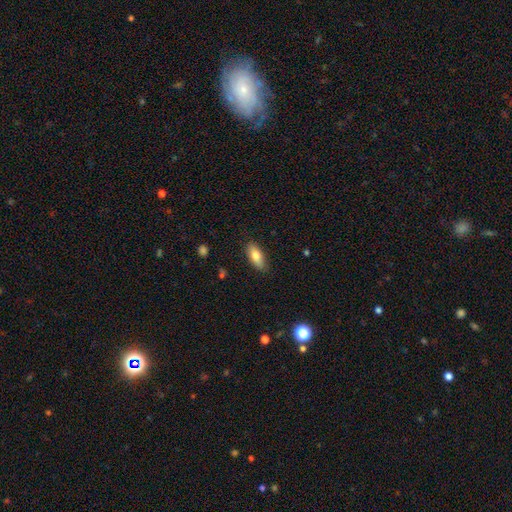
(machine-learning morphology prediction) Smooth or featured? smooth (79%)
How rounded? in between (79%)
Merging? none (84%)